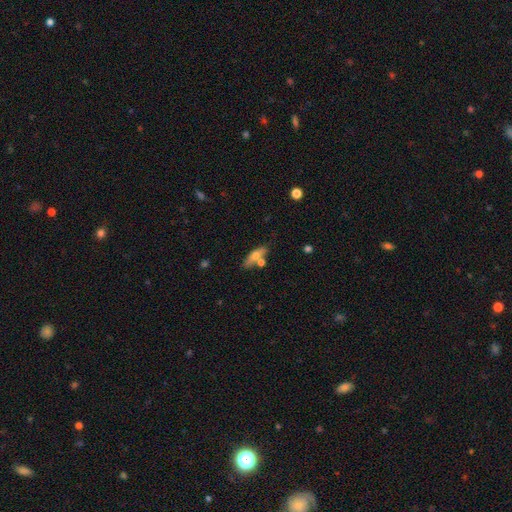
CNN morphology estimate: Smooth or featured? Predicted: smooth (p=0.59). How rounded? Predicted: cigar-shaped (p=0.50). Merging? Predicted: none (p=0.62).